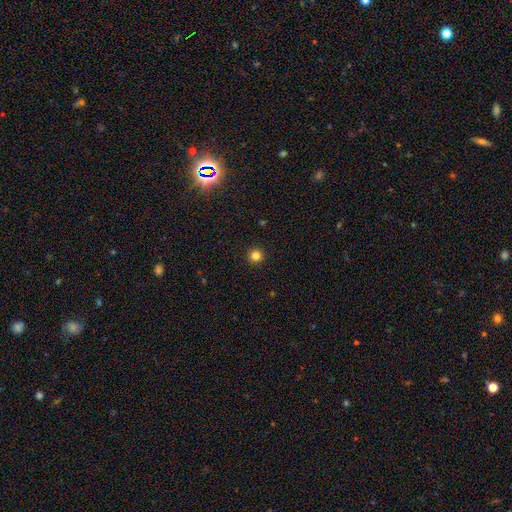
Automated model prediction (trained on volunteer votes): Q: Smooth or featured?
A: smooth (83%); runner-up: star or artifact (13%)
Q: How rounded?
A: round (96%); runner-up: in between (3%)
Q: Merging?
A: none (93%); runner-up: minor disturbance (4%)